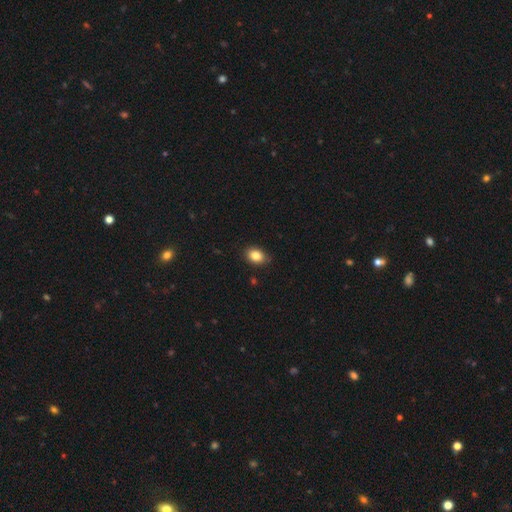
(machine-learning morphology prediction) type=smooth (85%); roundness=in between (76%); merging=none (86%).